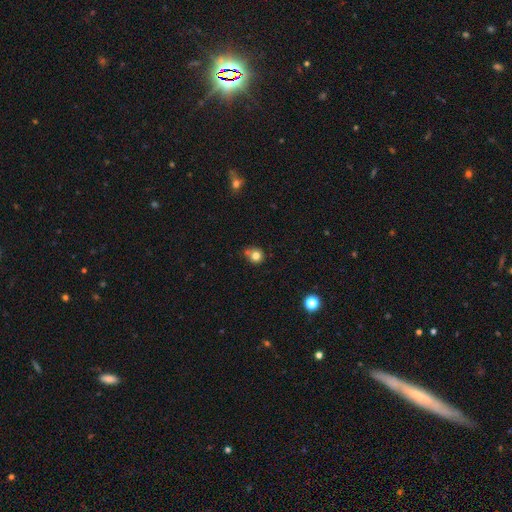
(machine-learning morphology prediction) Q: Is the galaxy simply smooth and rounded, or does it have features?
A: smooth — 79%.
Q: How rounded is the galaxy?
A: round — 79%.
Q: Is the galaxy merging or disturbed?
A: none — 55%.